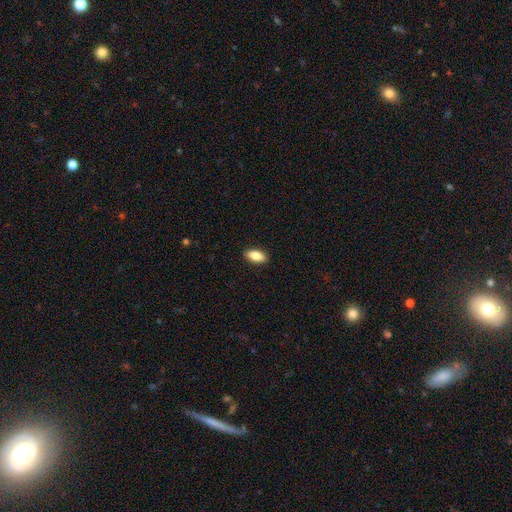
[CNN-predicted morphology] A smooth galaxy with no disk features (81%) that is in between round and cigar-shaped (88%). Merging: none (90%).